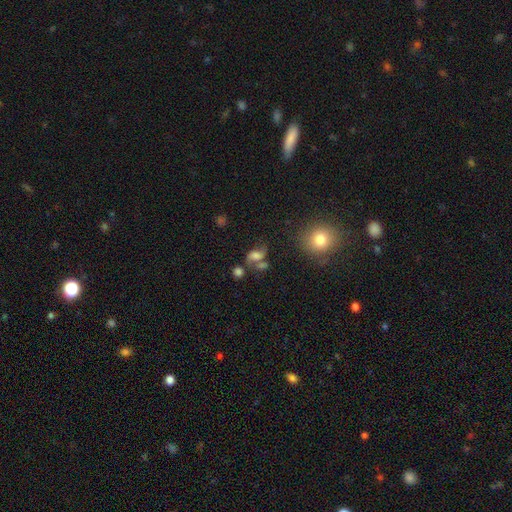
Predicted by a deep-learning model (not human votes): Q: Smooth or featured?
A: featured or disk (43%); runner-up: smooth (42%)
Q: Merging?
A: none (37%); runner-up: merger (28%)